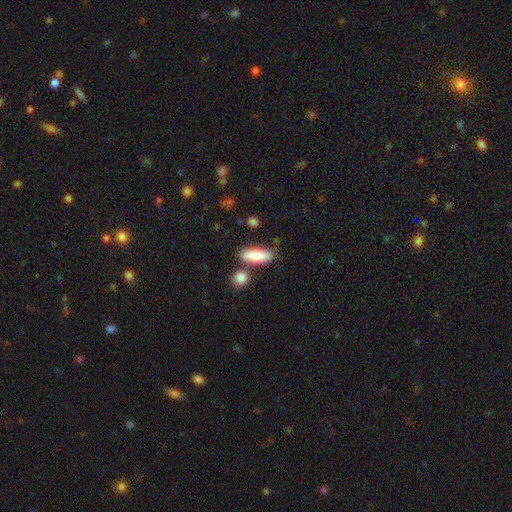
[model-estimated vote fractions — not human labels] Smooth or featured?
  - smooth: 80% *
  - featured or disk: 14%
  - star or artifact: 6%
How rounded?
  - in between: 60% *
  - cigar-shaped: 37%
  - round: 3%
Merging?
  - none: 71% *
  - minor disturbance: 13%
  - merger: 12%
  - major disturbance: 3%